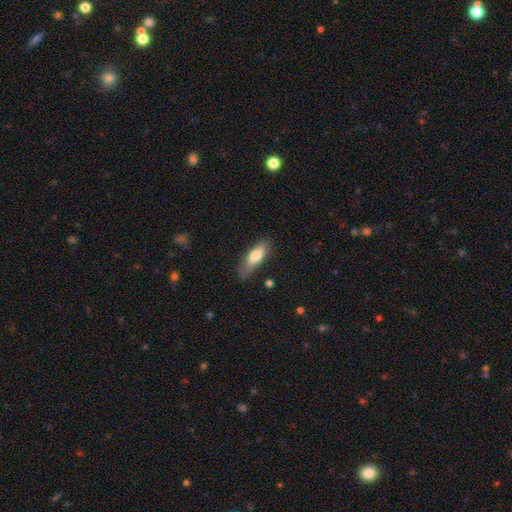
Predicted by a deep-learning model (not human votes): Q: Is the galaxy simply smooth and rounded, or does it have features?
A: smooth — 73%.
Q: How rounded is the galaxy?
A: in between — 52%.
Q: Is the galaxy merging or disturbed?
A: none — 66%.